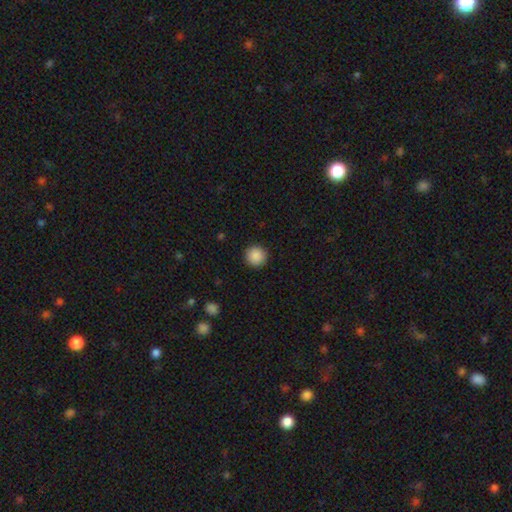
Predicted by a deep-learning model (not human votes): The model was most divided on "smooth or featured": smooth: 89%, star or artifact: 9%, featured or disk: 3%. More confident: how rounded — round (96%); merging — none (93%).